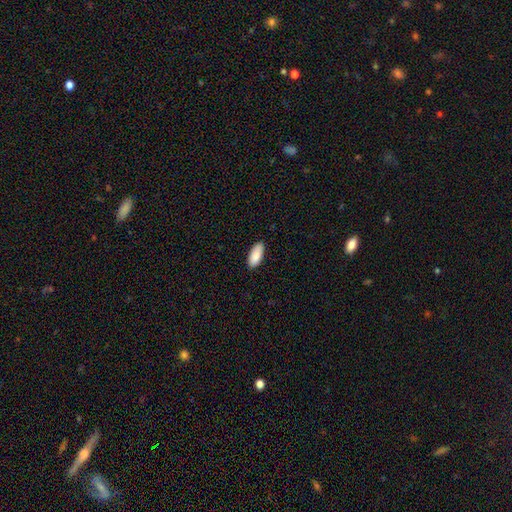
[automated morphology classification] Overall: smooth (88%). How rounded: in between (87%). Merging: none (86%).